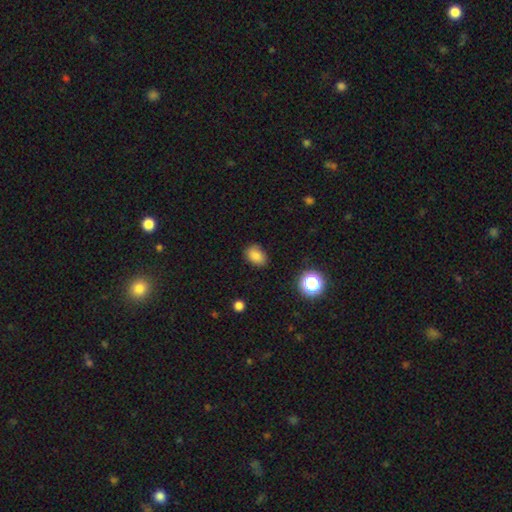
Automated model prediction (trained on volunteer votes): A smooth galaxy with no disk features (83%) that is in between round and cigar-shaped (74%). Merging: none (81%).